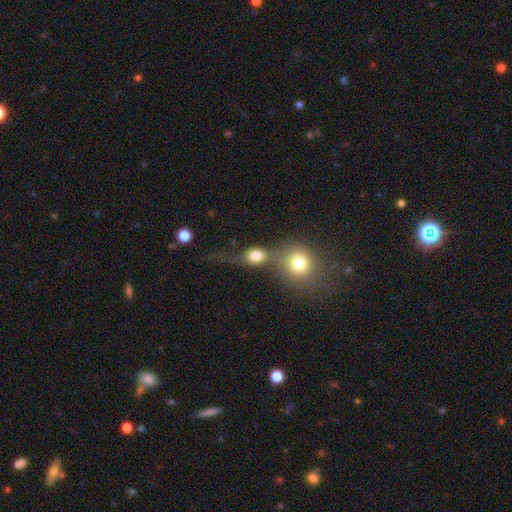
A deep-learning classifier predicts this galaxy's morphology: The model was most divided on "merging": merger: 53%, none: 26%, major disturbance: 11%, minor disturbance: 10%. More confident: smooth or featured — smooth (72%); how rounded — round (64%).